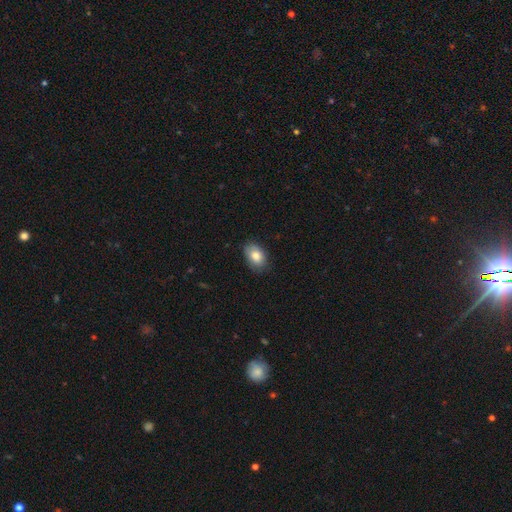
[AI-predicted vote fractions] Q: Smooth or featured?
A: smooth (83%); runner-up: featured or disk (10%)
Q: How rounded?
A: in between (84%); runner-up: round (15%)
Q: Merging?
A: none (81%); runner-up: minor disturbance (16%)